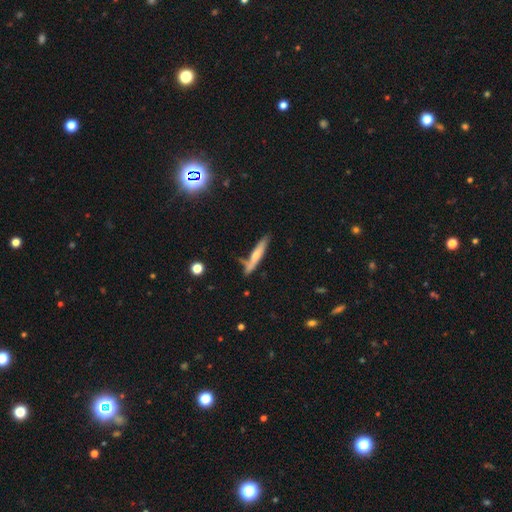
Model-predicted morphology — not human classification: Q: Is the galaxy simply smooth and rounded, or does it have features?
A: smooth — 55%.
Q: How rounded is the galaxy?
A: cigar-shaped — 89%.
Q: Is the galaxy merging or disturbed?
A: none — 63%.